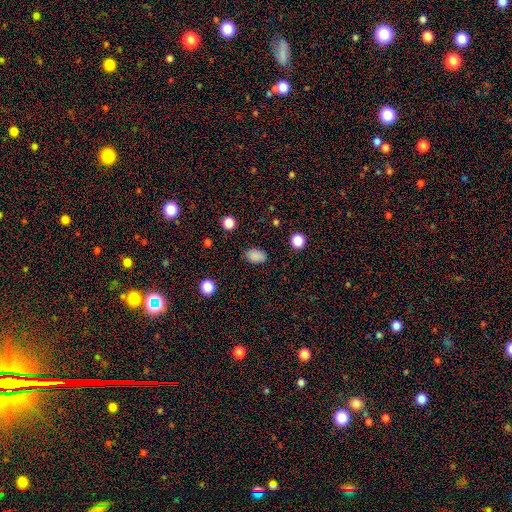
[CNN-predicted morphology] smooth-or-featured: smooth: 85% | star or artifact: 11% | featured or disk: 4%
  how-rounded: in between: 87% | round: 12% | cigar-shaped: 1%
  merging: none: 84% | minor disturbance: 12% | major disturbance: 3% | merger: 1%